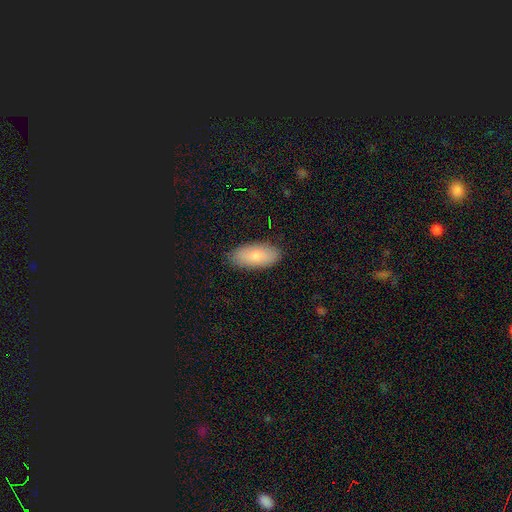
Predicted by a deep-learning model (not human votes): The model was most divided on "smooth or featured": smooth: 82%, featured or disk: 12%, star or artifact: 6%. More confident: how rounded — in between (89%); merging — none (87%).